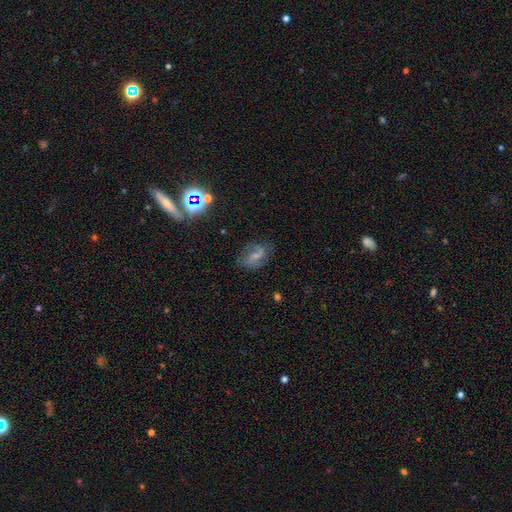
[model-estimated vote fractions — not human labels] Overall: featured or disk (58%; smooth 28%). Edge-on disk: no (96%). Bar: weak (47%; no 27%). Spiral arms: yes (84%). Bulge size: small (49%; moderate 24%). Merging: none (66%).